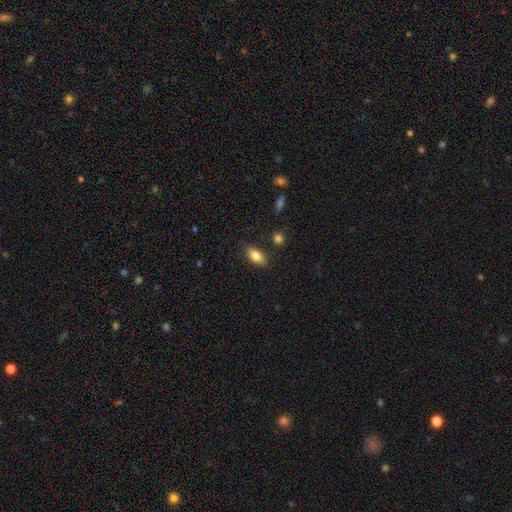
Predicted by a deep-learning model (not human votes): The model was most divided on "merging": none: 82%, minor disturbance: 13%, major disturbance: 3%, merger: 3%. More confident: how rounded — in between (87%); smooth or featured — smooth (82%).